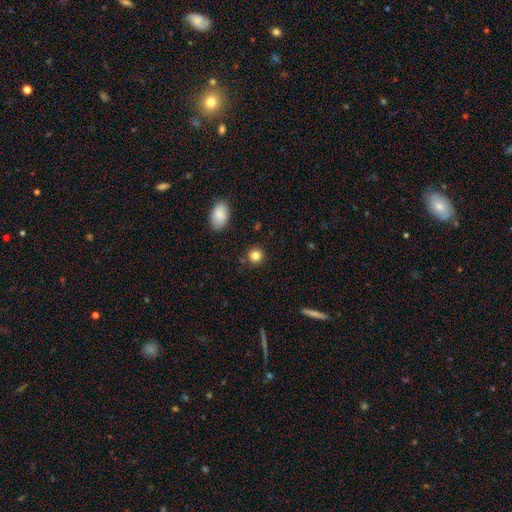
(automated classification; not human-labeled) Smooth or featured: smooth — 84% (star or artifact — 11%)
How rounded: round — 87% (in between — 12%)
Merging: none — 85% (minor disturbance — 9%)